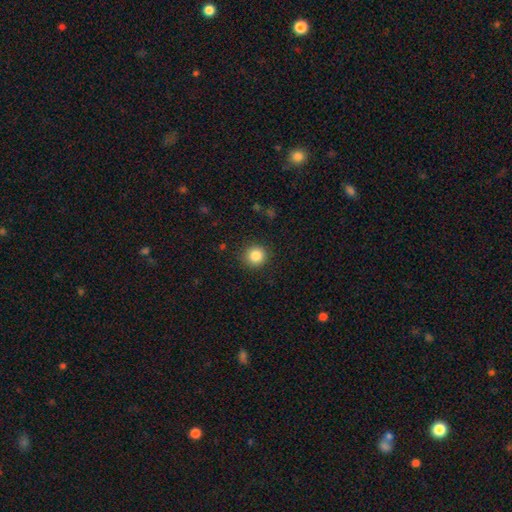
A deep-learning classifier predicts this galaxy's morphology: Smooth or featured? smooth (85%)
How rounded? round (93%)
Merging? none (90%)